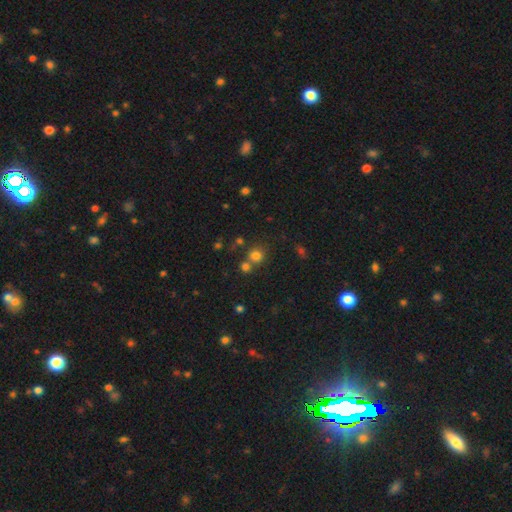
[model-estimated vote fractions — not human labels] Morphology: type=smooth (75%); roundness=round (86%); merging=none (60%).